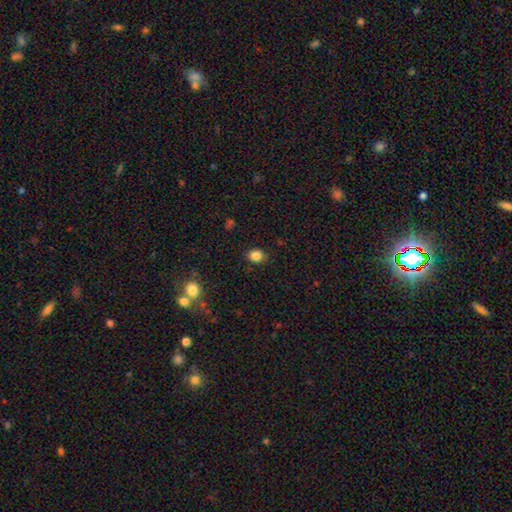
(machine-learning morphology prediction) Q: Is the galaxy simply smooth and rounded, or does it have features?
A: smooth — 85%.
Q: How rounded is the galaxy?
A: round — 61%.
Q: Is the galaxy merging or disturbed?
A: none — 88%.